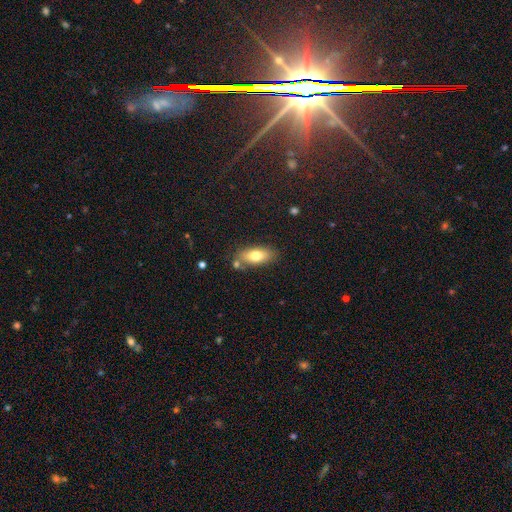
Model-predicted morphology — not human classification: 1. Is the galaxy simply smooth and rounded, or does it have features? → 75% smooth, 18% featured or disk, 8% star or artifact.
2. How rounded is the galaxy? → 85% in between, 11% cigar-shaped, 4% round.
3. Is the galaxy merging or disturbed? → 73% none, 14% minor disturbance, 9% merger, 3% major disturbance.